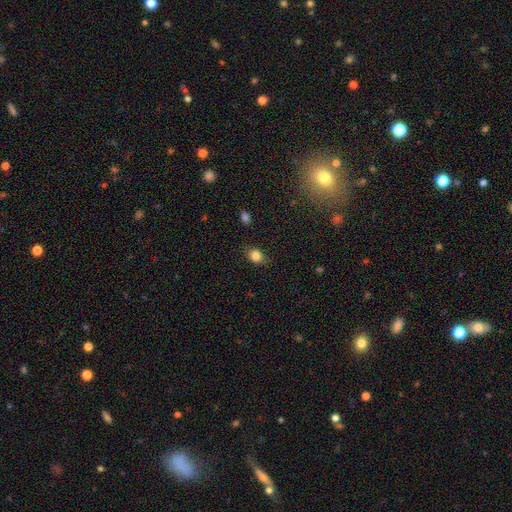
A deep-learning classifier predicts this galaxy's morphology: Q: Smooth or featured?
A: smooth (83%); runner-up: star or artifact (10%)
Q: How rounded?
A: in between (56%); runner-up: round (42%)
Q: Merging?
A: none (80%); runner-up: minor disturbance (15%)